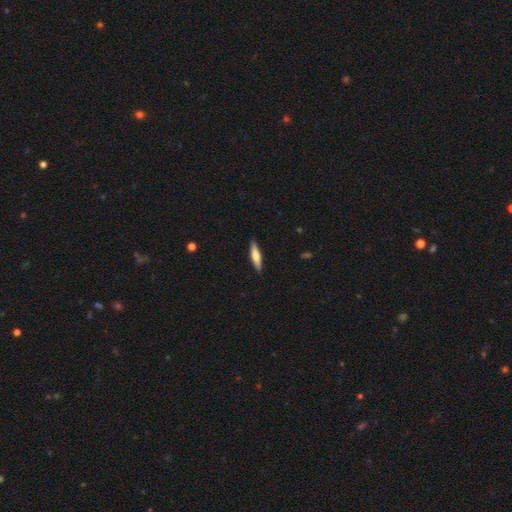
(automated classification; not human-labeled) Overall: smooth (54%; featured or disk 41%). How rounded: cigar-shaped (79%). Merging: none (90%).